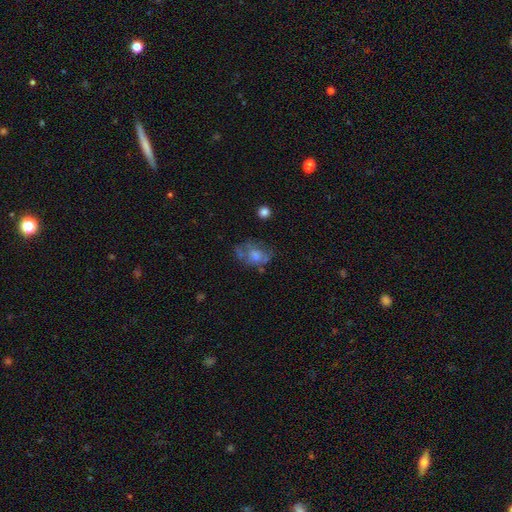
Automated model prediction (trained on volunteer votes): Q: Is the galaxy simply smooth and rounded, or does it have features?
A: smooth — 45%.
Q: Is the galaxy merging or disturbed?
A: none — 46%.